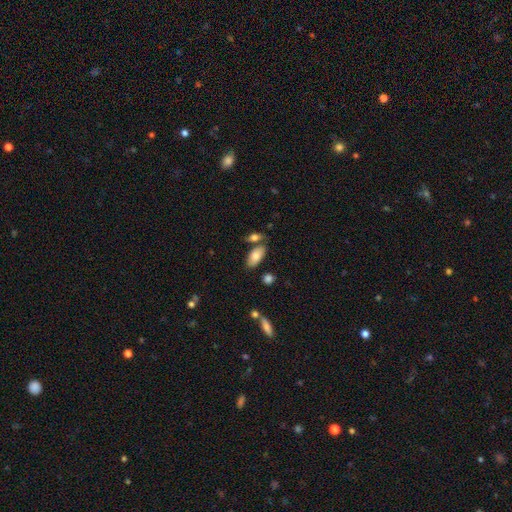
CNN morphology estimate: Smooth or featured: smooth — 80% (featured or disk — 13%)
How rounded: in between — 92% (cigar-shaped — 5%)
Merging: none — 68% (merger — 15%)